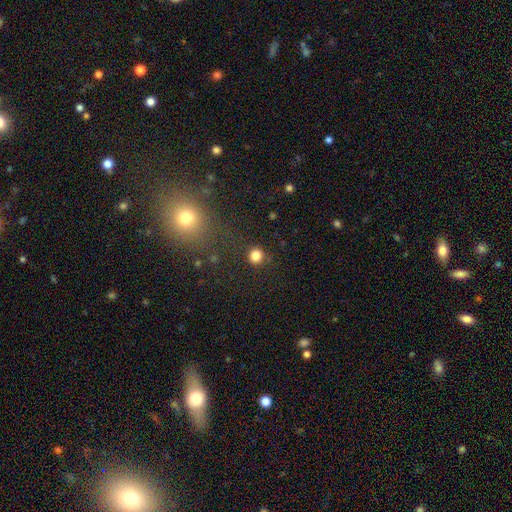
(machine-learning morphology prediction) A smooth galaxy with no disk features (83%) that is round (91%).

Vote fractions:
- Smooth or featured? smooth: 83% / star or artifact: 13% / featured or disk: 4%
- How rounded? round: 91% / in between: 8% / cigar-shaped: 1%
- Merging? none: 87% / minor disturbance: 7% / major disturbance: 3% / merger: 2%